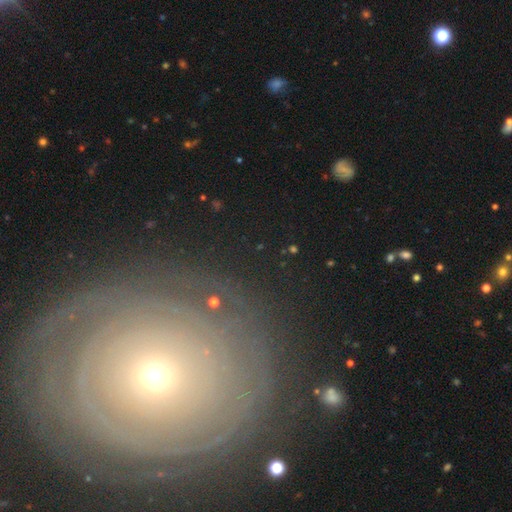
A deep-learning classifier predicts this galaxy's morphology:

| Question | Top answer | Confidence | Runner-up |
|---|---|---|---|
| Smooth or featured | featured or disk | 65% | smooth (20%) |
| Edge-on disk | no | 96% | yes (4%) |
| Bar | no | 85% | weak (10%) |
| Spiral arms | yes | 78% | no (22%) |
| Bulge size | small | 77% | moderate (17%) |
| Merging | none | 84% | minor disturbance (9%) |